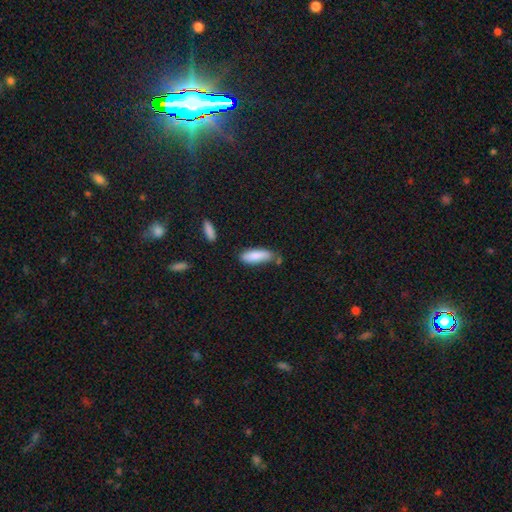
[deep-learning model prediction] smooth 85%, featured or disk 9%, star or artifact 6%. Down the decision tree: how rounded — in between (57%); merging — none (62%).